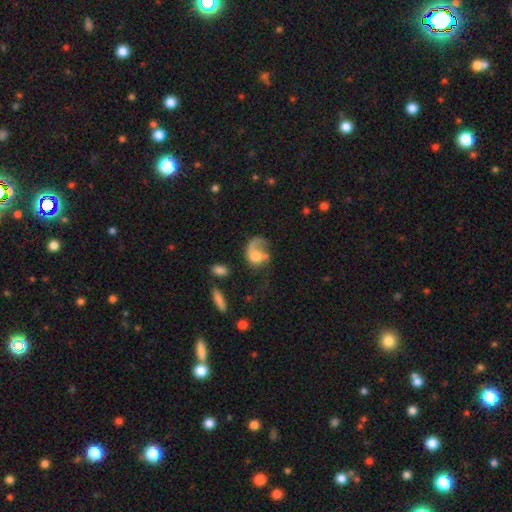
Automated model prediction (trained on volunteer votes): Smooth or featured? featured or disk (52%)
Edge-on disk? no (97%)
Bar? no (79%)
Spiral arms? yes (73%)
Bulge size? moderate (42%)
Merging? major disturbance (46%)